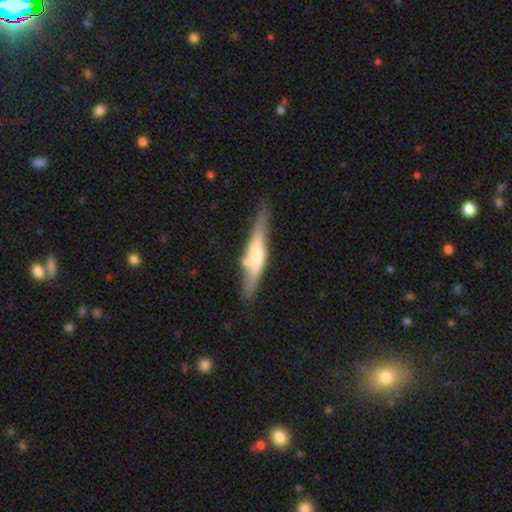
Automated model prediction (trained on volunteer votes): This appears to be a featured or disk galaxy (52%) viewed edge-on (88%). Merging: none (70%).